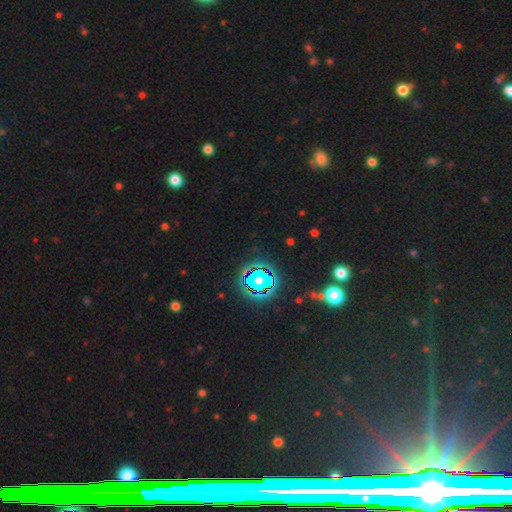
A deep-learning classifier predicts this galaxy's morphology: A star or artifact, not a galaxy (77%).

Vote fractions:
- Smooth or featured? star or artifact: 77% / smooth: 13% / featured or disk: 10%